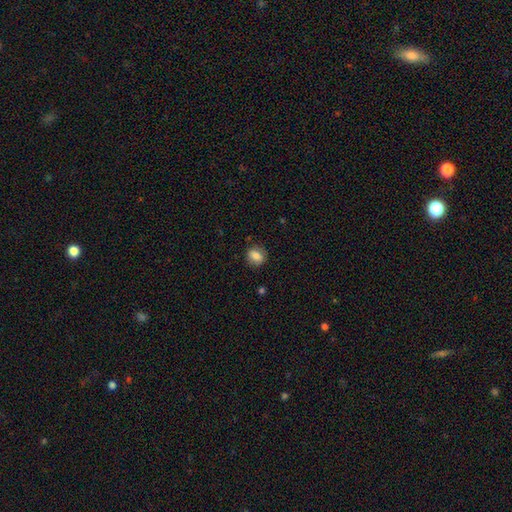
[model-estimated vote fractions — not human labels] smooth 82%, featured or disk 10%, star or artifact 9%. Down the decision tree: how rounded — round (61%); merging — none (83%).